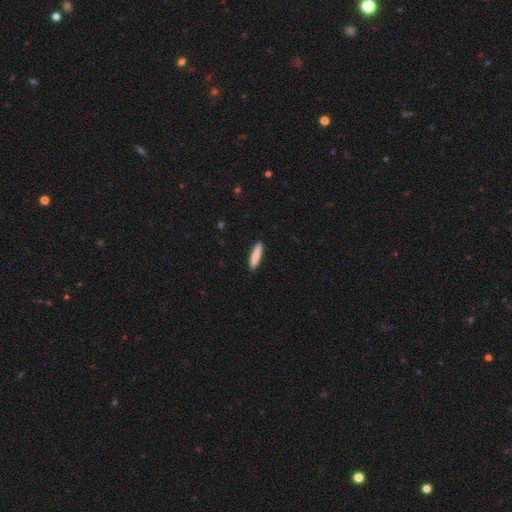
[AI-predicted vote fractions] A smooth galaxy with no disk features (82%) that is cigar-shaped (84%). Merging: none (90%).